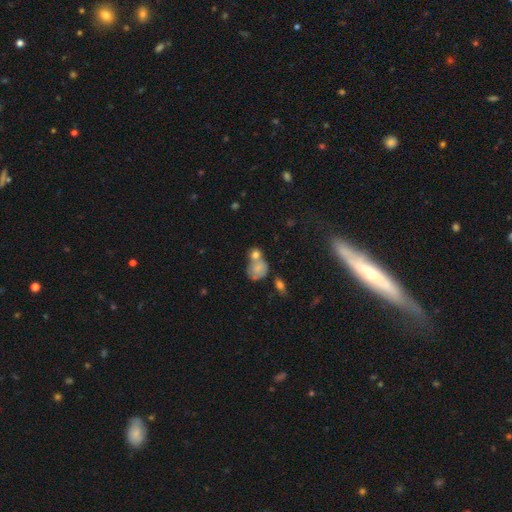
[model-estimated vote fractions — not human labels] smooth 75%, featured or disk 13%, star or artifact 12%. Down the decision tree: how rounded — round (65%); merging — merger (45%).